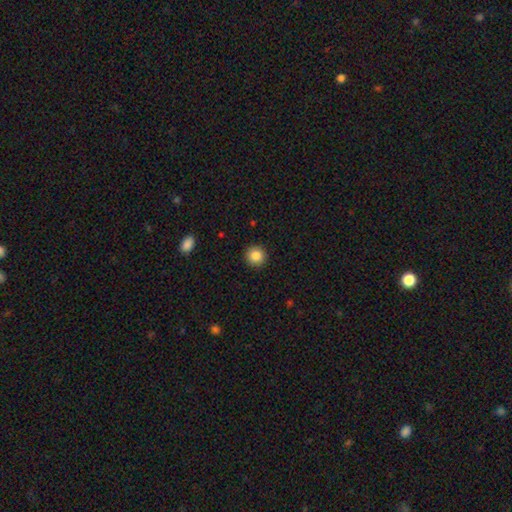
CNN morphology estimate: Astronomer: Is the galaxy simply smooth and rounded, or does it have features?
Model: smooth — 86%.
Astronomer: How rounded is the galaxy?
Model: round — 95%.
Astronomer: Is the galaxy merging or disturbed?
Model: none — 92%.